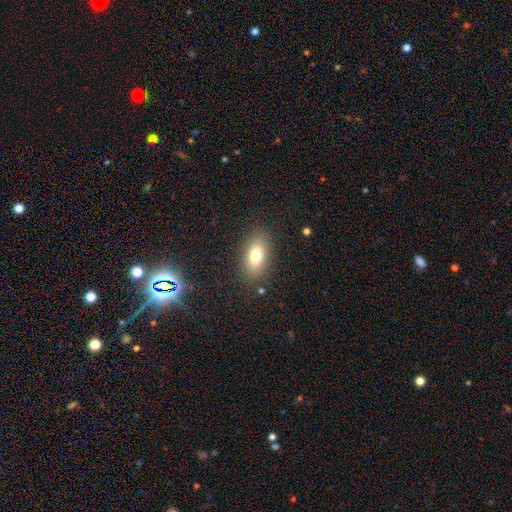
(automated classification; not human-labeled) A smooth galaxy with no disk features (77%) that is in between round and cigar-shaped (86%).

Vote fractions:
- Smooth or featured? smooth: 77% / featured or disk: 13% / star or artifact: 10%
- How rounded? in between: 86% / round: 8% / cigar-shaped: 6%
- Merging? none: 85% / minor disturbance: 10% / major disturbance: 4% / merger: 1%